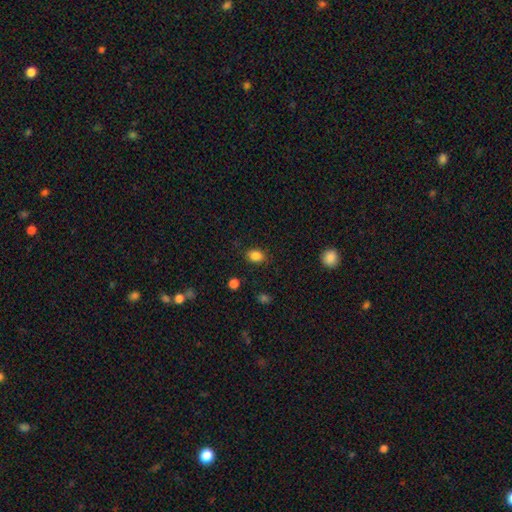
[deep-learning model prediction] This appears to be a smooth galaxy with no disk features (85%) that is in between round and cigar-shaped (64%). Merging: none (85%).